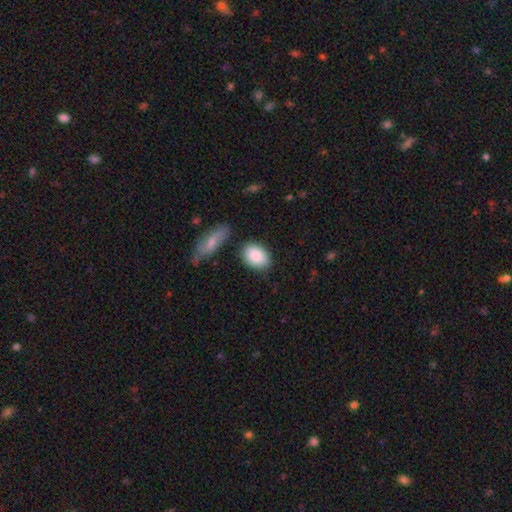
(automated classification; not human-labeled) Q: Smooth or featured?
A: smooth (87%); runner-up: featured or disk (7%)
Q: How rounded?
A: in between (81%); runner-up: round (17%)
Q: Merging?
A: none (76%); runner-up: minor disturbance (14%)